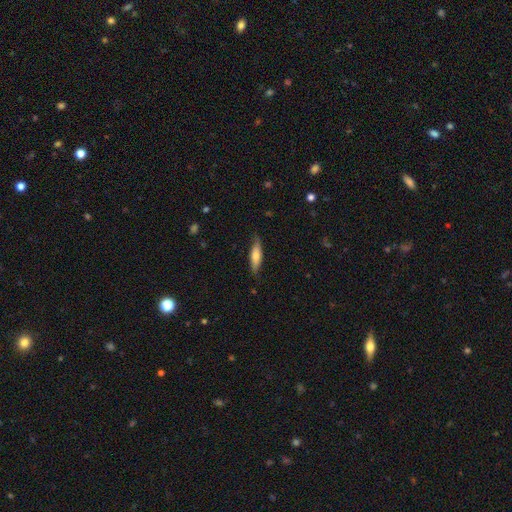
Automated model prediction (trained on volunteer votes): Morphology: type=smooth (62%); roundness=cigar-shaped (66%); merging=none (78%).